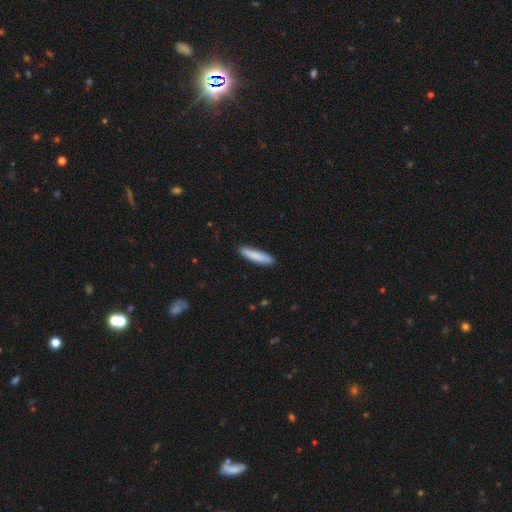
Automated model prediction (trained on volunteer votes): A smooth galaxy with no disk features (85%) that is cigar-shaped (86%). Merging: none (88%).